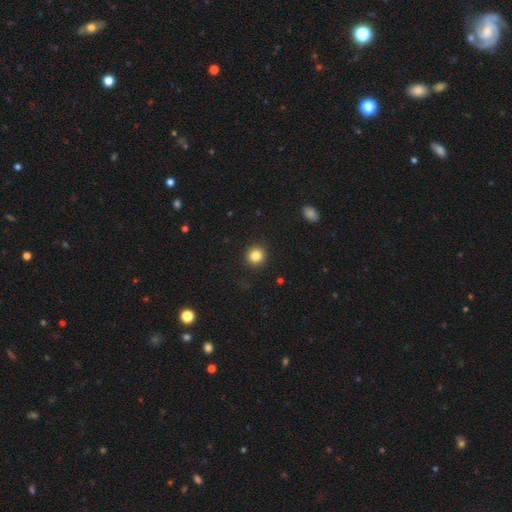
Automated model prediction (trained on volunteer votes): Smooth or featured? smooth (84%)
How rounded? round (93%)
Merging? none (92%)